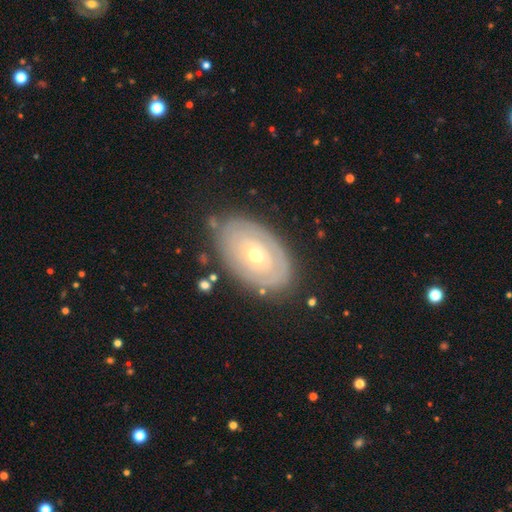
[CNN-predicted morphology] Smooth or featured: featured or disk — 60% (smooth — 33%)
Edge-on disk: no — 92% (yes — 8%)
Bar: no — 85% (weak — 11%)
Spiral arms: no — 57% (yes — 43%)
Bulge size: small — 52% (moderate — 45%)
Merging: none — 79% (minor disturbance — 14%)